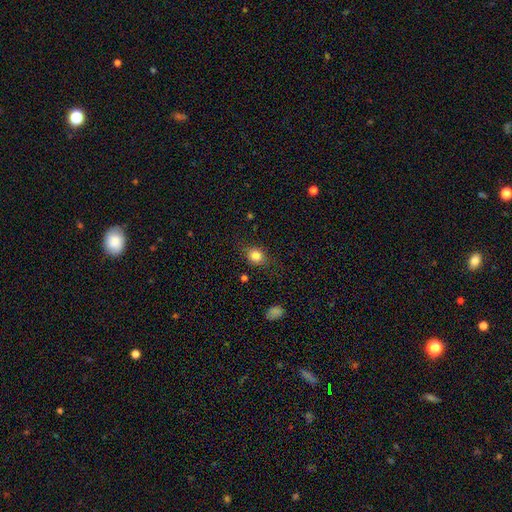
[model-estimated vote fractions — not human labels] This appears to be a smooth galaxy with no disk features (82%) that is round (68%). Merging: none (78%).